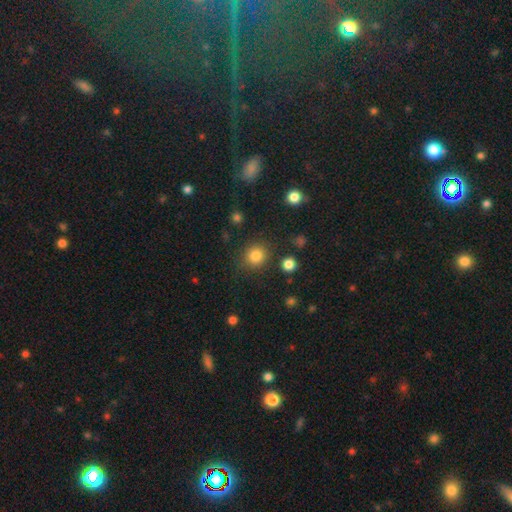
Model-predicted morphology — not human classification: Q: Smooth or featured?
A: smooth (83%); runner-up: star or artifact (12%)
Q: How rounded?
A: round (87%); runner-up: in between (12%)
Q: Merging?
A: none (85%); runner-up: minor disturbance (8%)